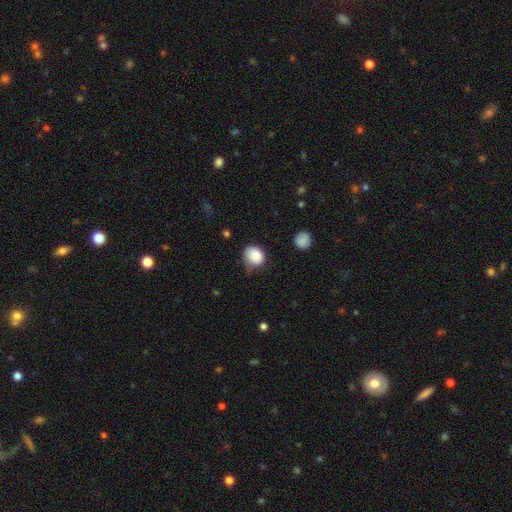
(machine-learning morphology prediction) Smooth or featured? smooth (85%)
How rounded? round (71%)
Merging? none (59%)